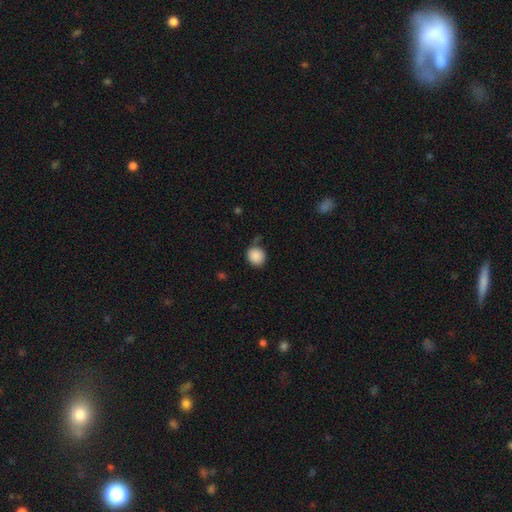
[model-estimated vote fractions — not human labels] Overall: smooth (89%). How rounded: round (83%). Merging: none (74%).